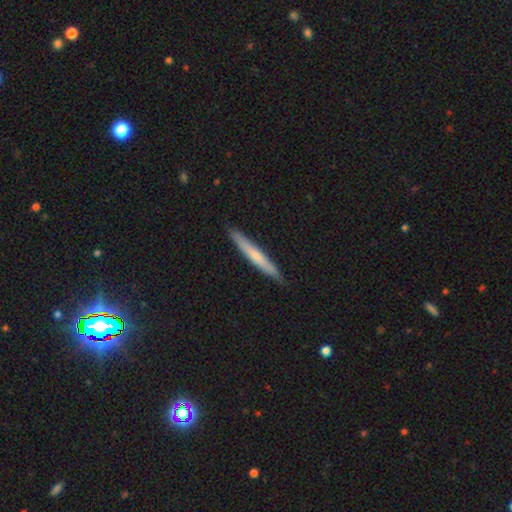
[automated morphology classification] Q: Smooth or featured?
A: smooth (60%); runner-up: featured or disk (34%)
Q: How rounded?
A: cigar-shaped (96%); runner-up: in between (3%)
Q: Merging?
A: none (90%); runner-up: minor disturbance (8%)